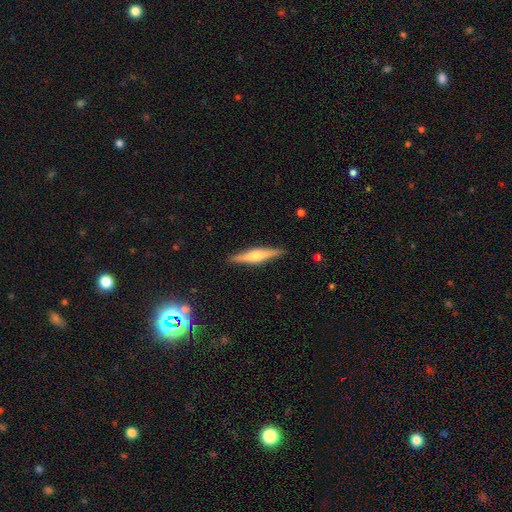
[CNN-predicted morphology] This is likely a featured or disk galaxy (64%). It is clearly viewed edge-on (97%). Edge-on bulge: clearly rounded (87%). Merging: clearly none (90%).